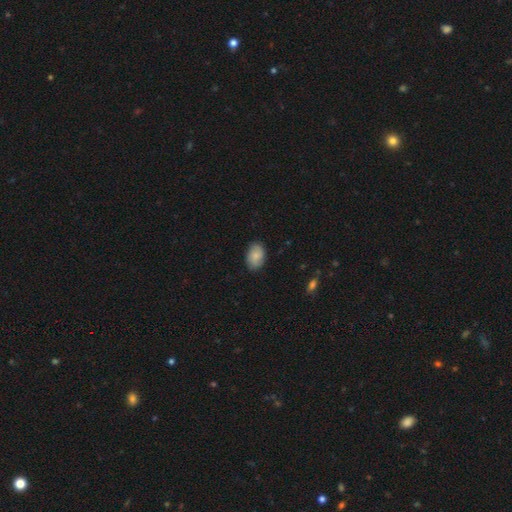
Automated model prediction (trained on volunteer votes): smooth-or-featured: smooth: 76% | featured or disk: 17% | star or artifact: 7%
  how-rounded: in between: 85% | round: 14% | cigar-shaped: 1%
  merging: none: 82% | minor disturbance: 15% | major disturbance: 3% | merger: 1%